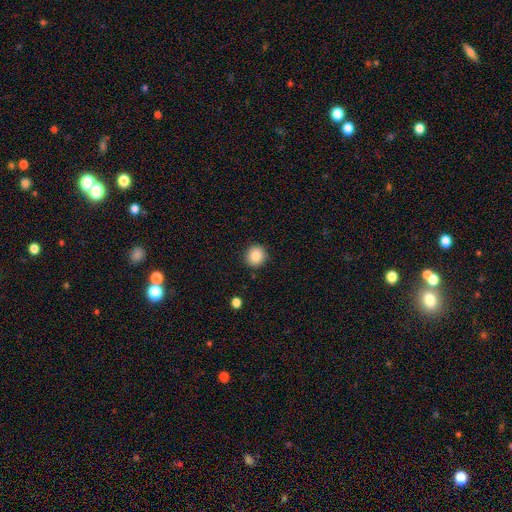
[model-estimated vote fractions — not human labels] Smooth or featured? Predicted: smooth (p=0.85). How rounded? Predicted: round (p=0.92). Merging? Predicted: none (p=0.91).